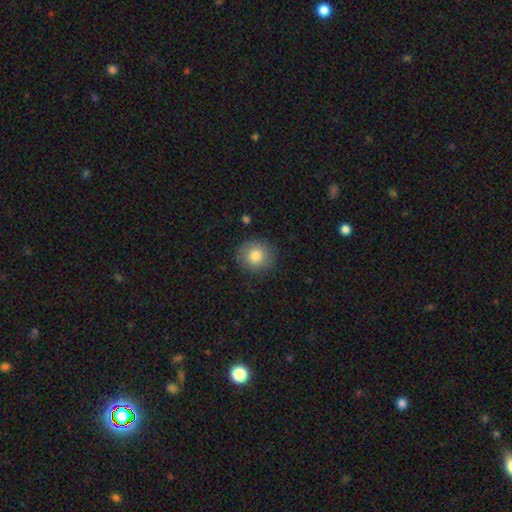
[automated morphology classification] Smooth or featured: smooth — 81% (featured or disk — 10%)
How rounded: round — 89% (in between — 10%)
Merging: none — 86% (minor disturbance — 10%)